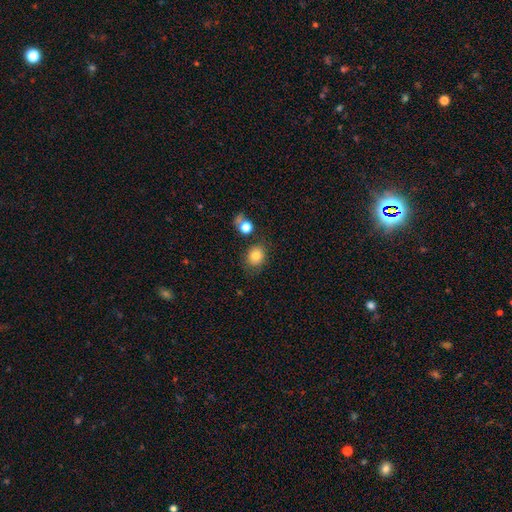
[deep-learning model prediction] smooth_or_featured: smooth (p=0.81) [alt: star or artifact p=0.11]
how_rounded: round (p=0.68) [alt: in between p=0.31]
merging: none (p=0.76) [alt: minor disturbance p=0.13]